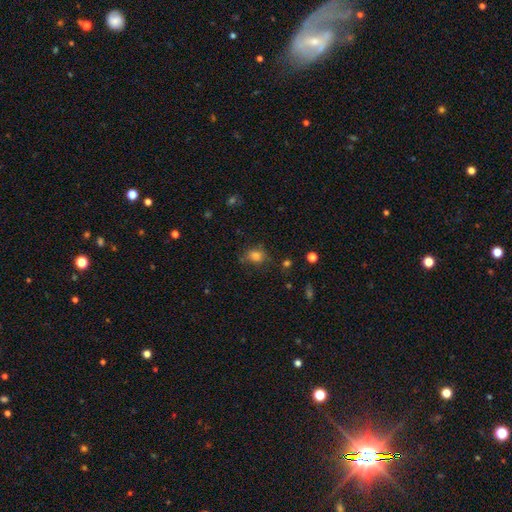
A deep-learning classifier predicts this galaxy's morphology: The model was most divided on "how rounded": in between: 51%, round: 48%, cigar-shaped: 1%. More confident: smooth or featured — smooth (77%); merging — none (64%).